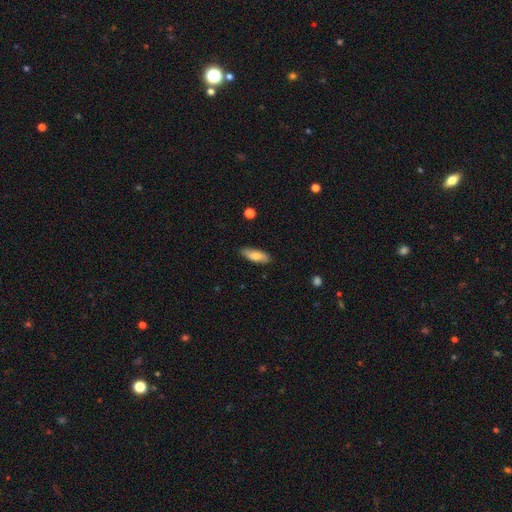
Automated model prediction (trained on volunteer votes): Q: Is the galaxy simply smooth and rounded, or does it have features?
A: smooth — 75%.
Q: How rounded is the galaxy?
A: in between — 65%.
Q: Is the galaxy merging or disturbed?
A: none — 85%.